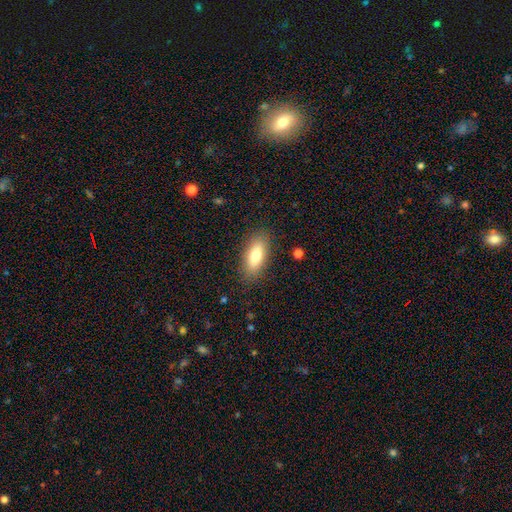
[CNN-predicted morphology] smooth-or-featured: smooth: 77% | featured or disk: 16% | star or artifact: 7%
  how-rounded: in between: 79% | cigar-shaped: 18% | round: 3%
  merging: none: 85% | minor disturbance: 10% | major disturbance: 3% | merger: 1%